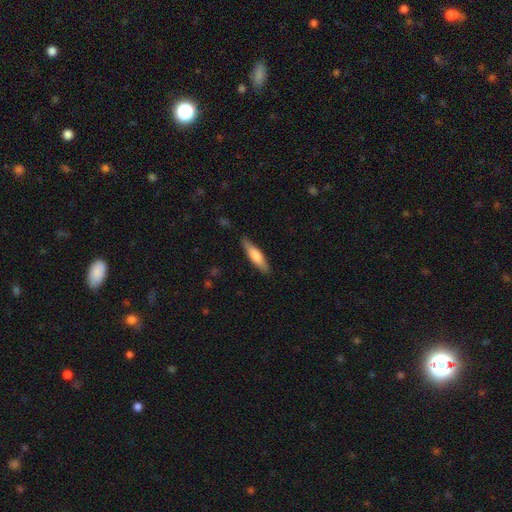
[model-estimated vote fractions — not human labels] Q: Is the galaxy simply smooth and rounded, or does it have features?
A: smooth — 70%.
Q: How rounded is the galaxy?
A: cigar-shaped — 76%.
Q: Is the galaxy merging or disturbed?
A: none — 85%.